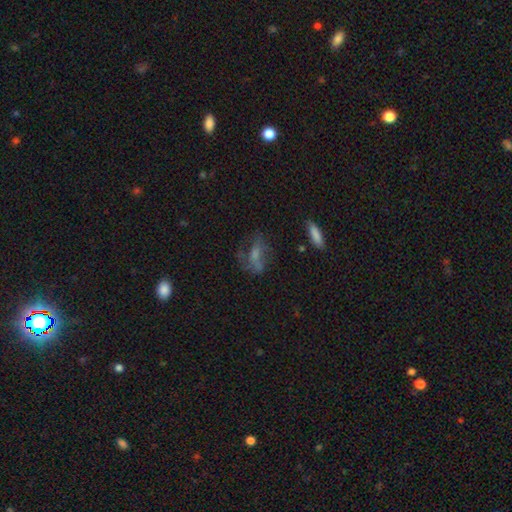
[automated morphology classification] Smooth or featured? Predicted: smooth (p=0.44). Merging? Predicted: none (p=0.44).